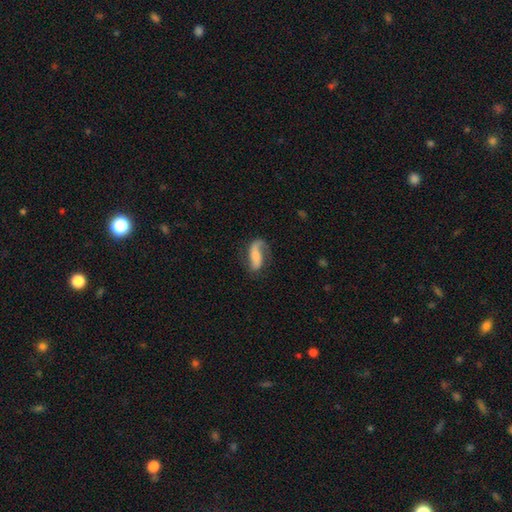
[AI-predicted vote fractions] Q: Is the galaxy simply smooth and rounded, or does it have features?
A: featured or disk — 61%.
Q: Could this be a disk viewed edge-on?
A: no — 93%.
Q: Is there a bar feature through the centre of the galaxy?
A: no — 38%.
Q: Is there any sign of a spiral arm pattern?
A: yes — 91%.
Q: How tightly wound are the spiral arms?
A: loose — 57%.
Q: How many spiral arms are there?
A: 2 — 57%.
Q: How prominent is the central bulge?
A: small — 35%.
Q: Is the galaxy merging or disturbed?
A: none — 57%.